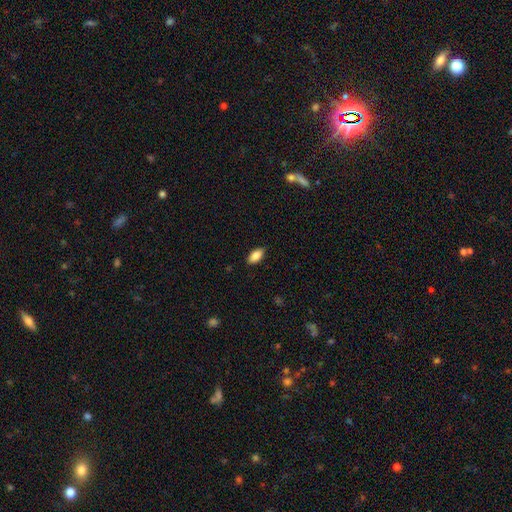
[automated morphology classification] This appears to be a smooth galaxy with no disk features (86%) that is in between round and cigar-shaped (90%). Merging: none (86%).